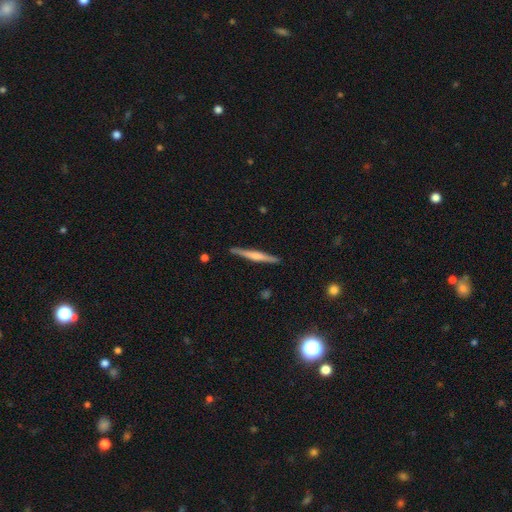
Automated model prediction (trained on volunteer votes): Smooth or featured?
  - featured or disk: 60% *
  - smooth: 35%
  - star or artifact: 5%
Edge-on disk?
  - yes: 98% *
  - no: 2%
Edge-on bulge?
  - rounded: 62% *
  - none: 19%
  - boxy: 19%
Merging?
  - none: 90% *
  - minor disturbance: 7%
  - major disturbance: 1%
  - merger: 1%